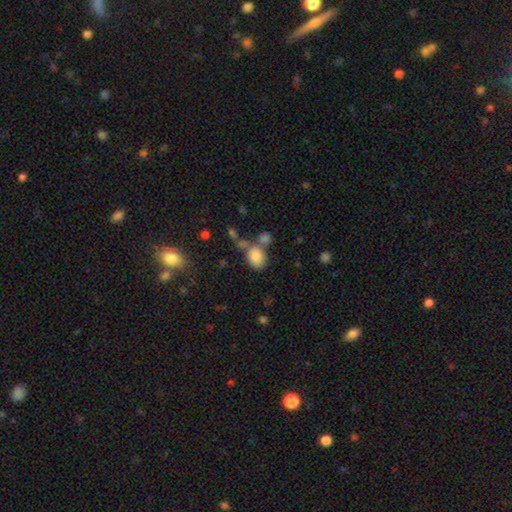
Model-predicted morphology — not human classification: This is clearly a smooth galaxy (82%). How rounded: likely in between (73%). Merging: possibly none (49%).